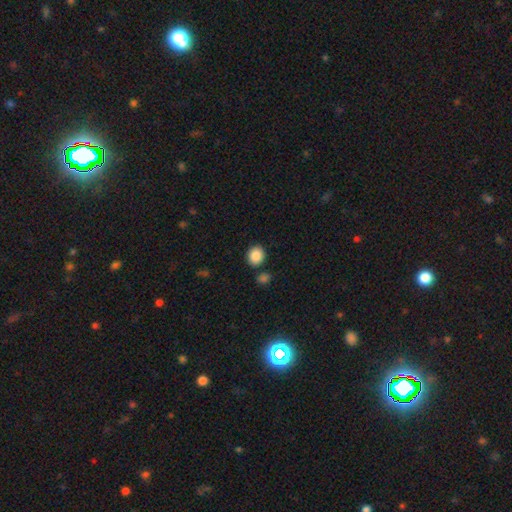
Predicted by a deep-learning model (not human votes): This is clearly a smooth galaxy (87%). How rounded: likely round (72%). Merging: clearly none (82%).